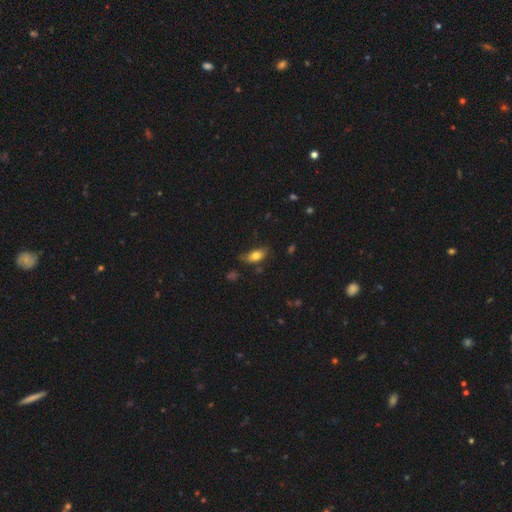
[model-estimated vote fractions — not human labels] Smooth or featured: smooth — 77% (featured or disk — 15%)
How rounded: in between — 86% (cigar-shaped — 8%)
Merging: none — 62% (minor disturbance — 28%)